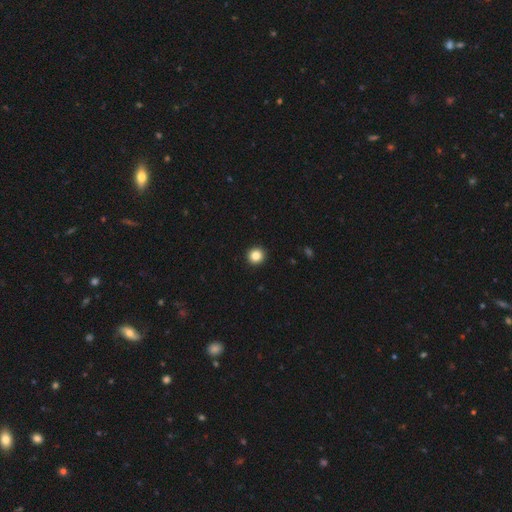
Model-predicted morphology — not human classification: Q: Smooth or featured?
A: smooth (85%); runner-up: star or artifact (10%)
Q: How rounded?
A: round (95%); runner-up: in between (4%)
Q: Merging?
A: none (94%); runner-up: minor disturbance (4%)